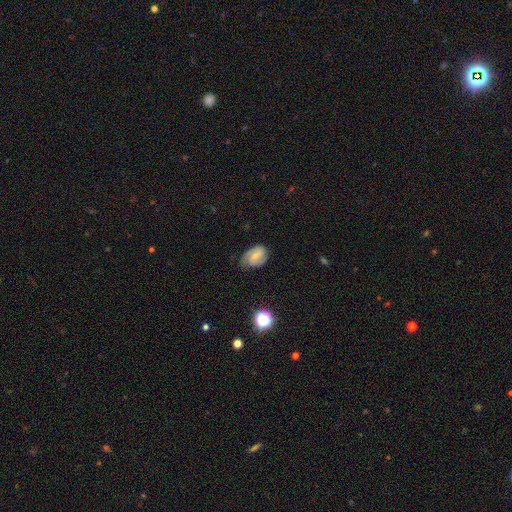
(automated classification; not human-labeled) Smooth or featured? Predicted: featured or disk (p=0.64). Edge-on disk? Predicted: no (p=0.97). Bar? Predicted: weak (p=0.52). Spiral arms? Predicted: yes (p=0.92). Spiral winding? Predicted: medium (p=0.45). Spiral arm count? Predicted: 2 (p=0.79). Bulge size? Predicted: small (p=0.56). Merging? Predicted: none (p=0.70).